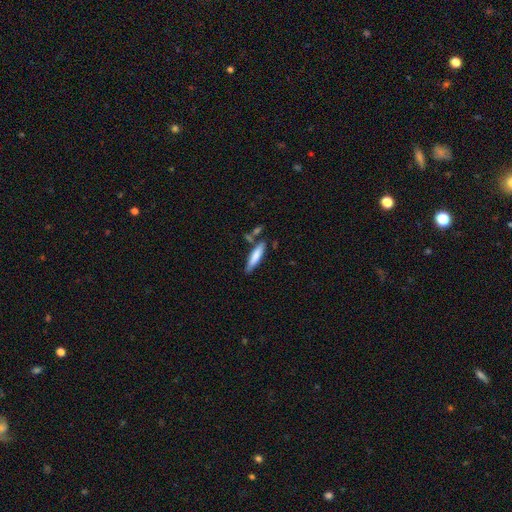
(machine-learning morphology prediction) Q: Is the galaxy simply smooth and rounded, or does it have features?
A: smooth — 75%.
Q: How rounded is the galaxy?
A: cigar-shaped — 79%.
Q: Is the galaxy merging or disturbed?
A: none — 72%.